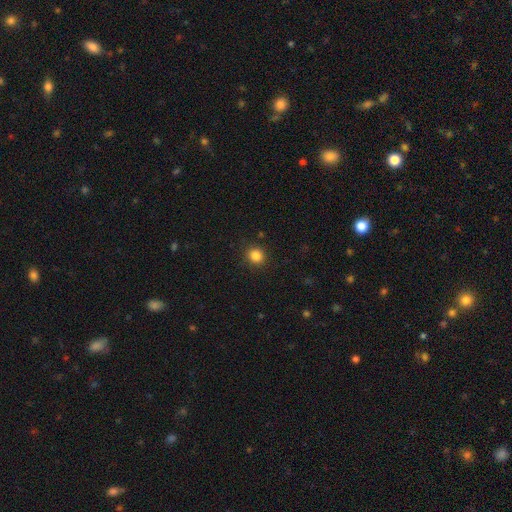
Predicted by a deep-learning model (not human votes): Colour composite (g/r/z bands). It shows a smooth galaxy with no disk features (84%) that is round (90%). Merging: none (91%).